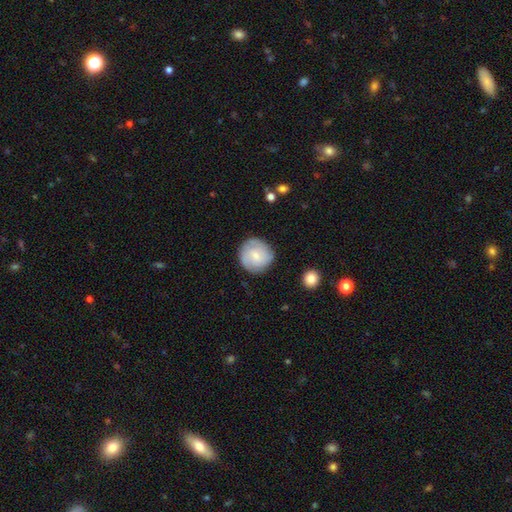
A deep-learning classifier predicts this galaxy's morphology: This appears to be a smooth galaxy with no disk features (51%) that is round (92%). Merging: none (82%).